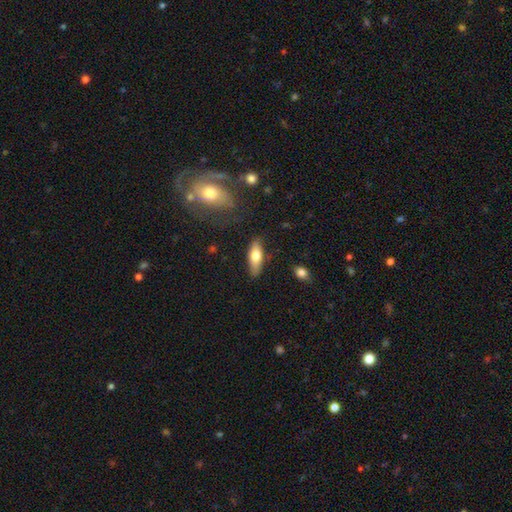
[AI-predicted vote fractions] Morphology: type=smooth (68%); roundness=in between (61%); merging=none (81%).